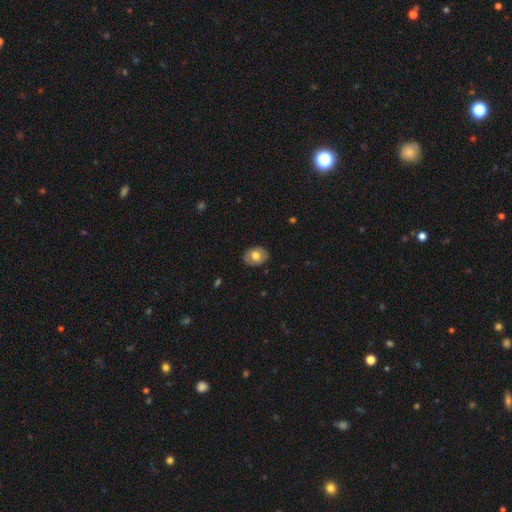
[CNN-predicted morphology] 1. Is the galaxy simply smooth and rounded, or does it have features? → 66% smooth, 28% featured or disk, 7% star or artifact.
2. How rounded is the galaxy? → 66% in between, 33% round, 1% cigar-shaped.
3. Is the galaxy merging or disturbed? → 85% none, 12% minor disturbance, 2% major disturbance, 1% merger.